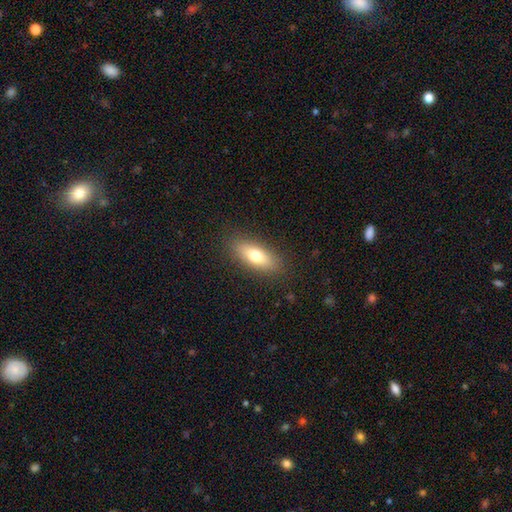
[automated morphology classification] A smooth galaxy with no disk features (72%) that is in between round and cigar-shaped (67%).

Vote fractions:
- Smooth or featured? smooth: 72% / featured or disk: 20% / star or artifact: 8%
- How rounded? in between: 67% / cigar-shaped: 29% / round: 3%
- Merging? none: 87% / minor disturbance: 9% / major disturbance: 3% / merger: 1%